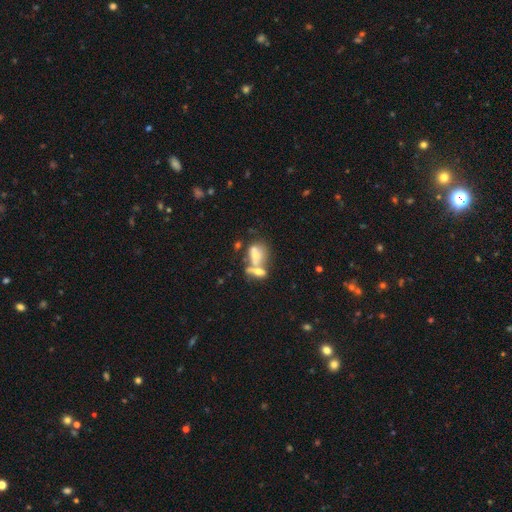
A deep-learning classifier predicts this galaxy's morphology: Smooth or featured? smooth (58%)
How rounded? in between (74%)
Merging? merger (57%)